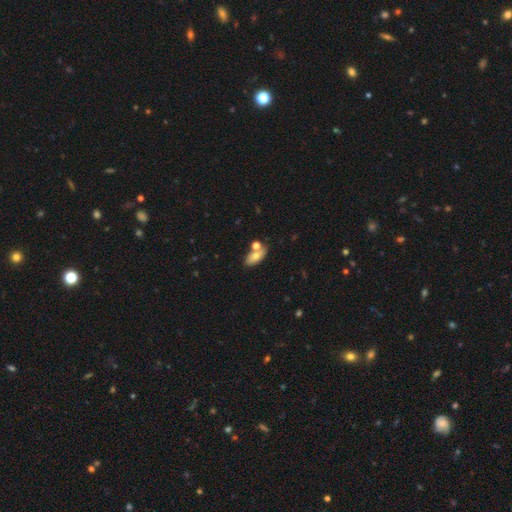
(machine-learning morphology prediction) smooth_or_featured: smooth (p=0.71) [alt: featured or disk p=0.20]
how_rounded: in between (p=0.86) [alt: cigar-shaped p=0.07]
merging: none (p=0.60) [alt: merger p=0.22]